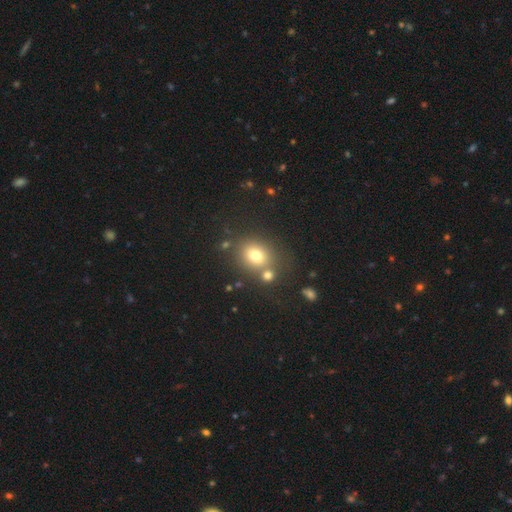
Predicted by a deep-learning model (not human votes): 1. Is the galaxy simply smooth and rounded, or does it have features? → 73% smooth, 15% star or artifact, 12% featured or disk.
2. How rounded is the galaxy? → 69% round, 30% in between, 1% cigar-shaped.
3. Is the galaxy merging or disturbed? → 65% none, 20% merger, 10% minor disturbance, 4% major disturbance.